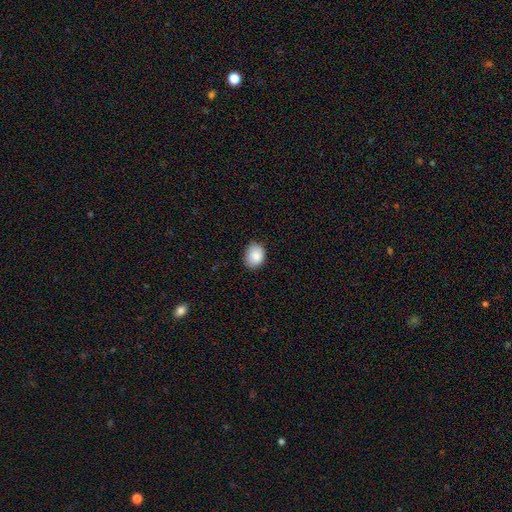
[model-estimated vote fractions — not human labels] smooth 88%, star or artifact 8%, featured or disk 4%. Down the decision tree: how rounded — in between (59%); merging — none (79%).